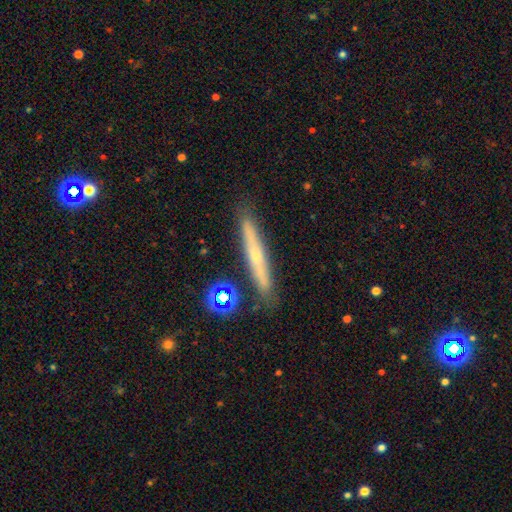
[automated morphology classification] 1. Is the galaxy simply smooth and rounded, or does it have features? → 54% featured or disk, 38% smooth, 8% star or artifact.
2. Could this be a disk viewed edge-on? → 92% yes, 8% no.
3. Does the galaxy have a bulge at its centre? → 59% rounded, 38% none, 3% boxy.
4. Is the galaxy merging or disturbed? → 85% none, 10% minor disturbance, 3% merger, 2% major disturbance.